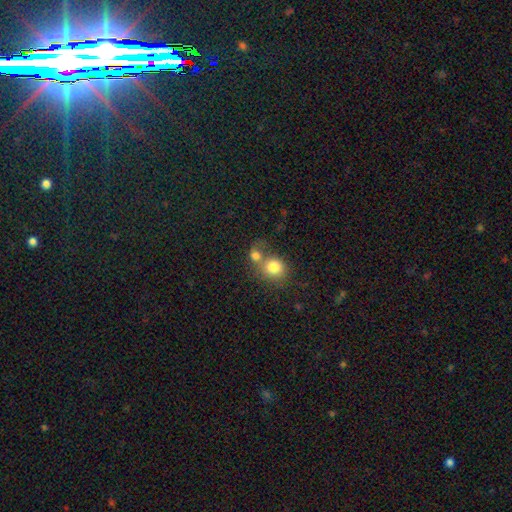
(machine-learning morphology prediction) This appears to be a smooth galaxy with no disk features (78%) that is round (75%). Merging: merger (60%).